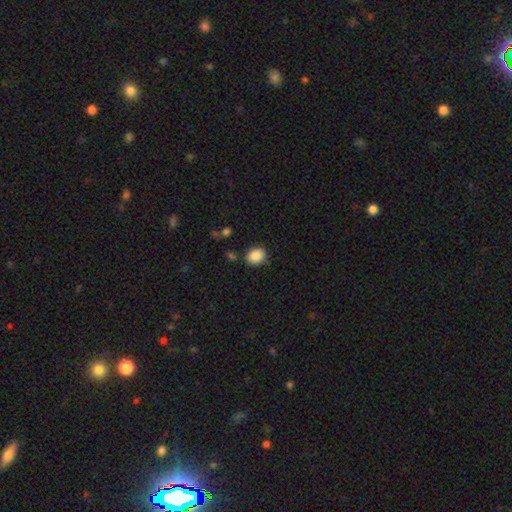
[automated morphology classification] Overall: smooth (88%). How rounded: round (54%; in between 45%). Merging: none (81%).